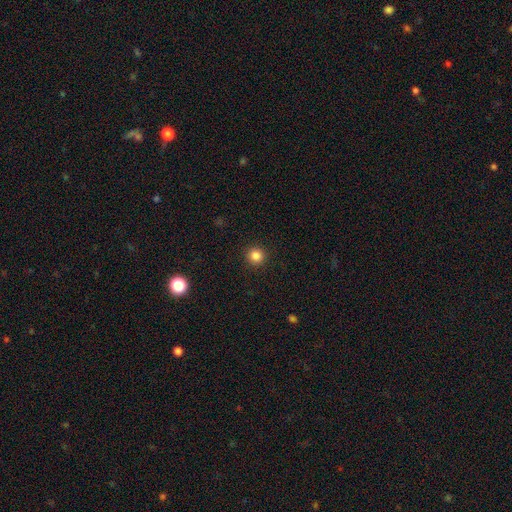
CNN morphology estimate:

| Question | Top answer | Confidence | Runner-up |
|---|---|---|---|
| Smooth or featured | smooth | 84% | star or artifact (12%) |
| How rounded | round | 94% | in between (5%) |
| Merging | none | 92% | minor disturbance (5%) |